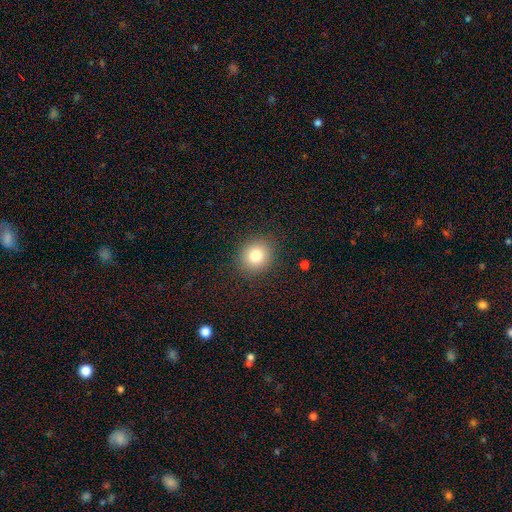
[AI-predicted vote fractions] Smooth or featured? Predicted: smooth (p=0.80). How rounded? Predicted: round (p=0.82). Merging? Predicted: none (p=0.89).